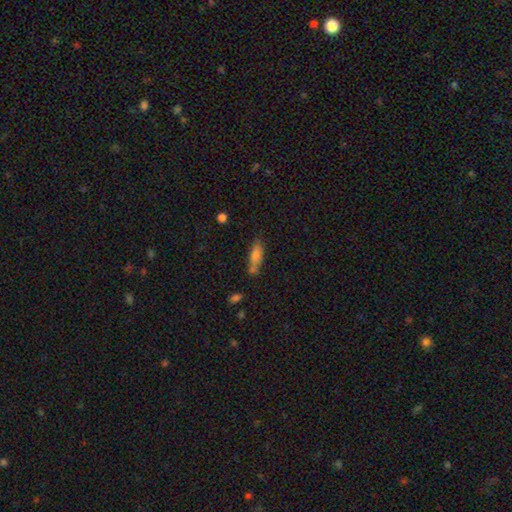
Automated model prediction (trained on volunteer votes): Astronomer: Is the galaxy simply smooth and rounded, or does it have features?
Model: smooth — 73%.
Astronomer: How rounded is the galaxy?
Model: cigar-shaped — 49% (runner-up: in between, 48%).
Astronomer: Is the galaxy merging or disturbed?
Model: none — 61%.